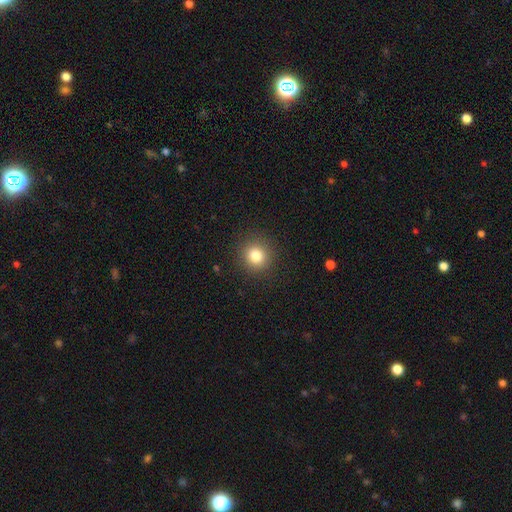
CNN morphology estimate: Smooth or featured: smooth — 81% (star or artifact — 12%)
How rounded: round — 91% (in between — 8%)
Merging: none — 90% (minor disturbance — 6%)